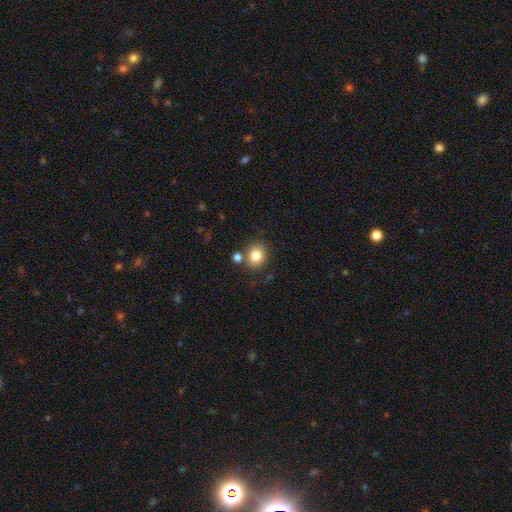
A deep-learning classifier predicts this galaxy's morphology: Smooth or featured? Predicted: smooth (p=0.82). How rounded? Predicted: round (p=0.74). Merging? Predicted: none (p=0.76).